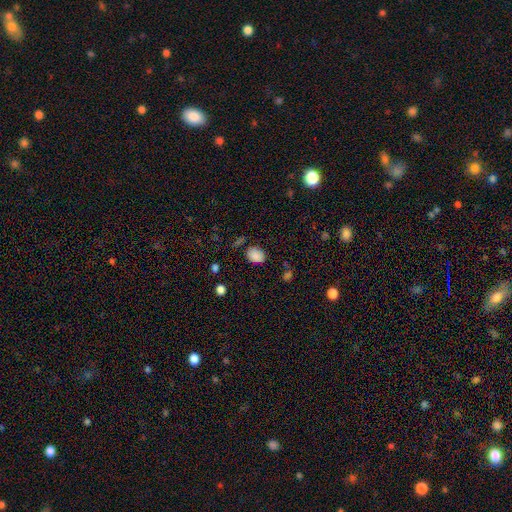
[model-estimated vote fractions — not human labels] Q: Smooth or featured?
A: smooth (84%); runner-up: star or artifact (11%)
Q: How rounded?
A: in between (56%); runner-up: round (43%)
Q: Merging?
A: none (75%); runner-up: minor disturbance (18%)